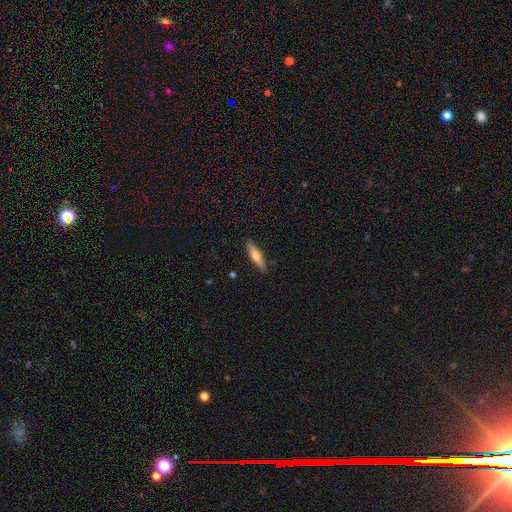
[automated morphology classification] smooth 57%, featured or disk 37%, star or artifact 6%. Down the decision tree: how rounded — cigar-shaped (77%); merging — none (88%).